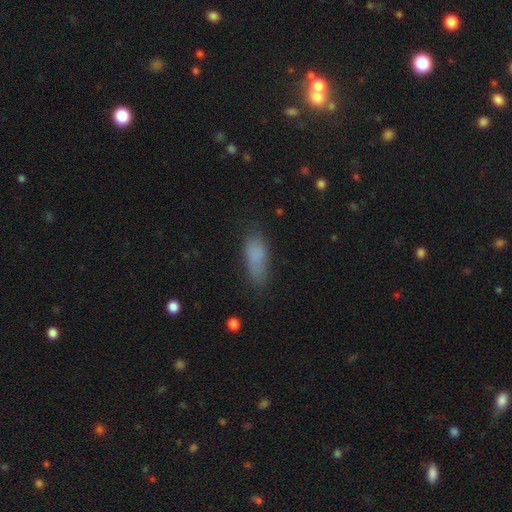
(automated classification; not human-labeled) smooth 81%, star or artifact 10%, featured or disk 9%. Down the decision tree: how rounded — in between (74%); merging — none (63%).